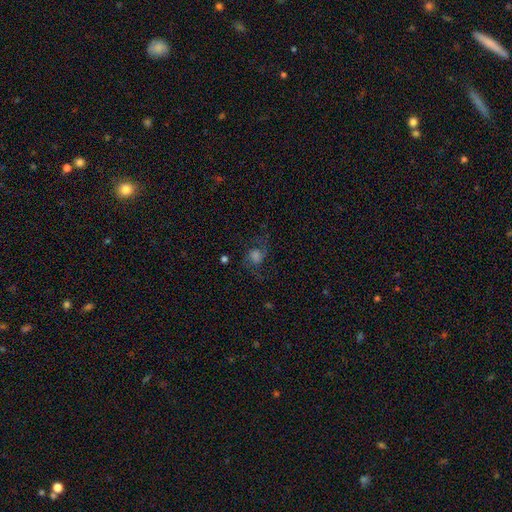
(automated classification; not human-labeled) The model was most divided on "bulge size": moderate: 31%, large: 25%, small: 19%, none: 19%, dominant: 6%. More confident: edge-on disk — no (96%); spiral arms — yes (92%); spiral arm count — 2 (88%); merging — none (68%); smooth or featured — featured or disk (60%); spiral winding — loose (59%); bar — no (55%).